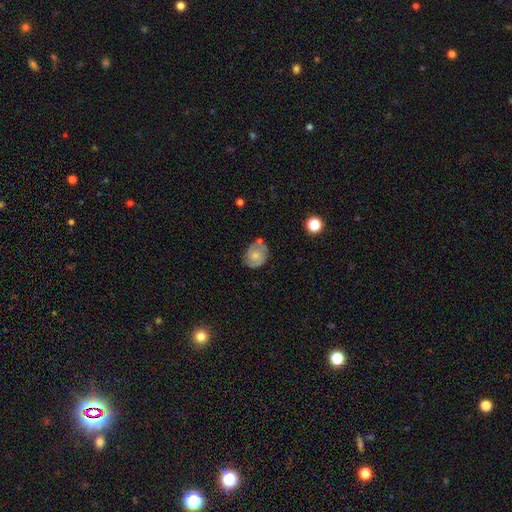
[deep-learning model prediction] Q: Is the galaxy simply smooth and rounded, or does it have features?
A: featured or disk — 51%.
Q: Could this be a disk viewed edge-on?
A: no — 97%.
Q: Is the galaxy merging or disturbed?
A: none — 60%.